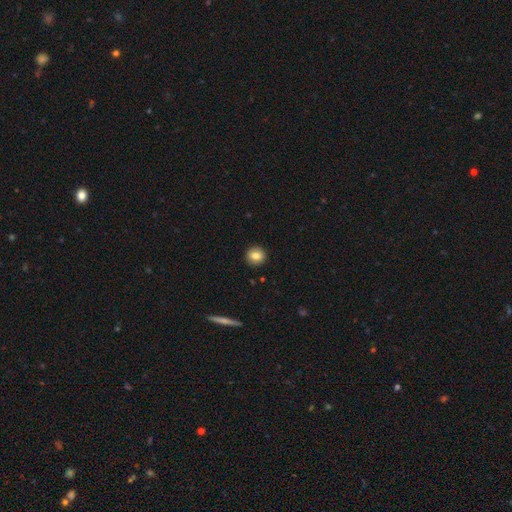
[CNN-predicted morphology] Smooth or featured? smooth (82%)
How rounded? round (90%)
Merging? none (92%)